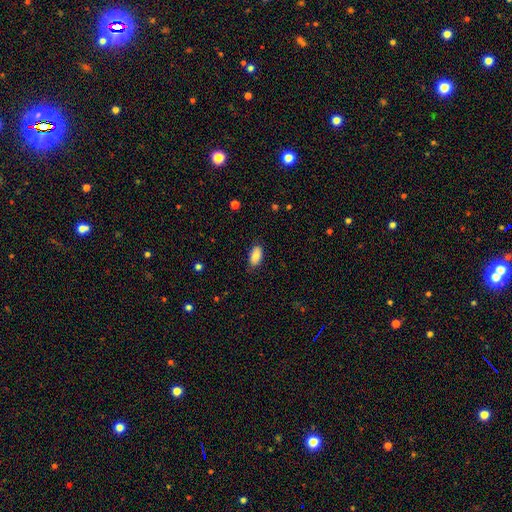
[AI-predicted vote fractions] This is clearly a smooth galaxy (84%). How rounded: clearly in between (93%). Merging: clearly none (80%).